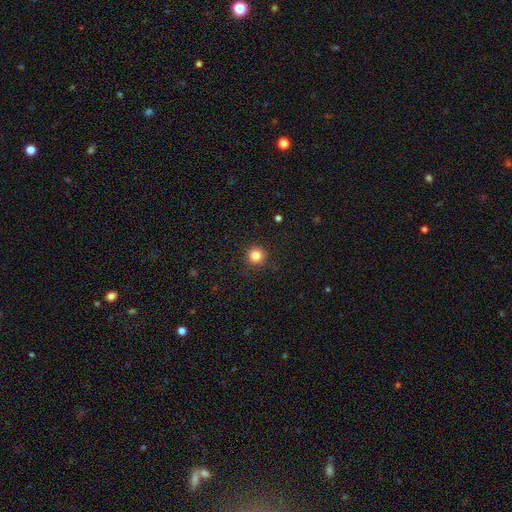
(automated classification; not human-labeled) This is clearly a smooth galaxy (84%). How rounded: clearly round (95%). Merging: clearly none (90%).